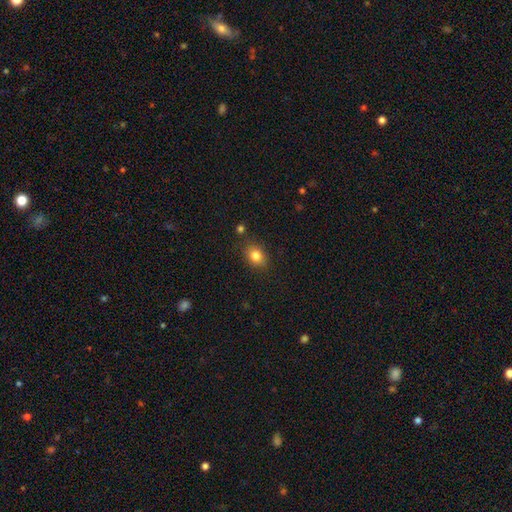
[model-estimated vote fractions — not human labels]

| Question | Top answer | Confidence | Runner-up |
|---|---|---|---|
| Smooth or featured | smooth | 82% | star or artifact (10%) |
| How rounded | in between | 57% | round (42%) |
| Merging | none | 83% | minor disturbance (11%) |